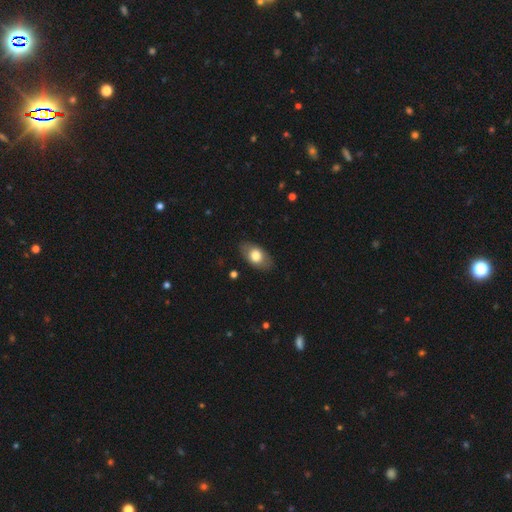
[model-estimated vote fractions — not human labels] Smooth or featured: smooth — 73% (featured or disk — 21%)
How rounded: in between — 90% (round — 8%)
Merging: none — 84% (minor disturbance — 12%)